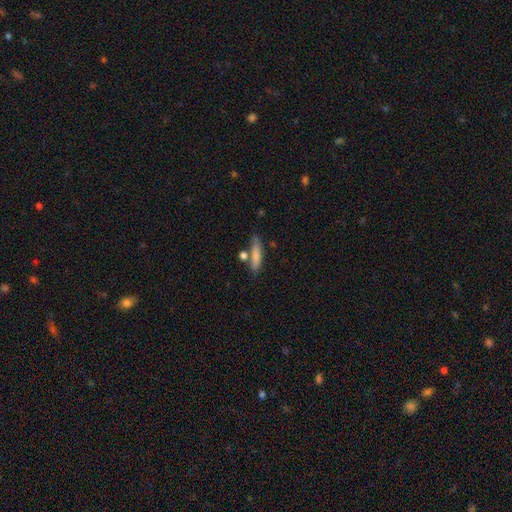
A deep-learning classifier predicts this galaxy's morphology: Smooth or featured? Predicted: smooth (p=0.78). How rounded? Predicted: cigar-shaped (p=0.72). Merging? Predicted: none (p=0.67).